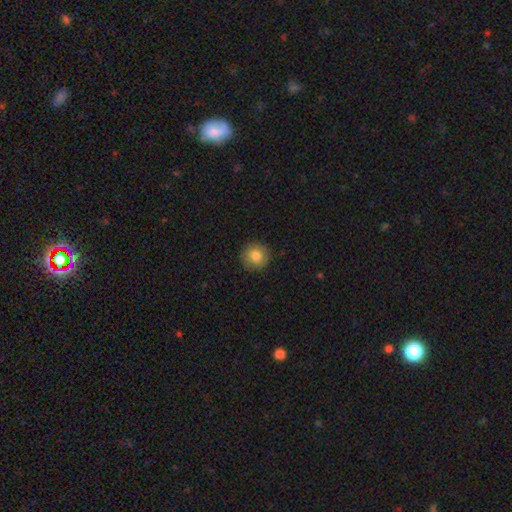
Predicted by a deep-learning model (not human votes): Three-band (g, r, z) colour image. It shows a smooth galaxy with no disk features (82%) that is round (94%). Merging: none (89%).